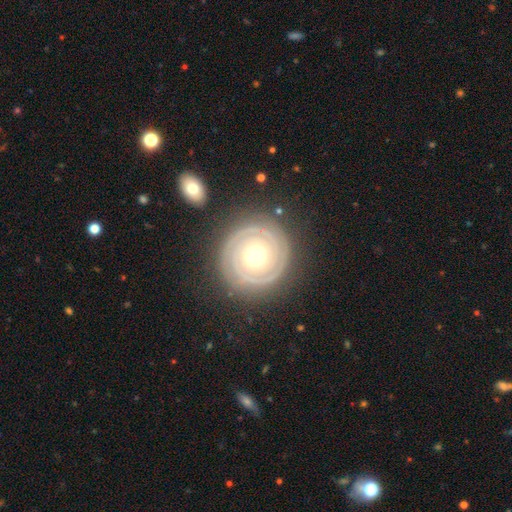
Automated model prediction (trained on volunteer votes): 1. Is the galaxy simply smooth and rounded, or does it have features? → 87% featured or disk, 8% smooth, 5% star or artifact.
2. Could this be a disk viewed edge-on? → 97% no, 3% yes.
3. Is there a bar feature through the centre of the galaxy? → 81% no, 13% weak, 6% strong.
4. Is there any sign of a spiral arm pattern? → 95% yes, 5% no.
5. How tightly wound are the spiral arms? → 88% tight, 10% medium, 2% loose.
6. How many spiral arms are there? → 64% 2, 12% 3, 12% can't tell, 5% 1, 4% 4, 4% more than 4.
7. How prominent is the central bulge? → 71% moderate, 19% small, 8% large, 1% dominant, 1% none.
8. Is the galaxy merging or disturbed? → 85% none, 9% minor disturbance, 4% major disturbance, 2% merger.